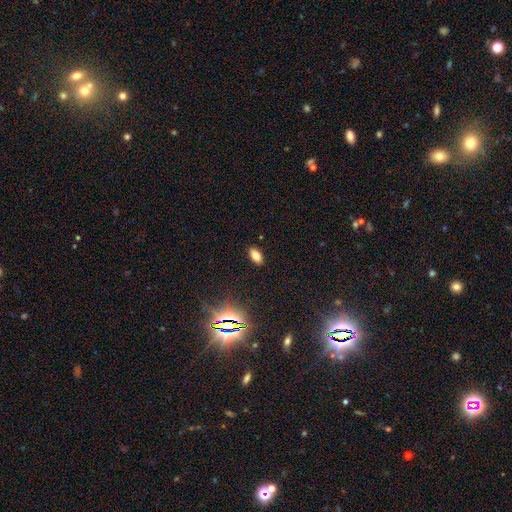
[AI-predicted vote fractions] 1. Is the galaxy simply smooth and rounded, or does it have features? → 73% smooth, 15% star or artifact, 12% featured or disk.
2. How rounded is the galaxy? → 89% in between, 5% cigar-shaped, 5% round.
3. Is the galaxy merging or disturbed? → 89% none, 8% minor disturbance, 2% major disturbance, 1% merger.